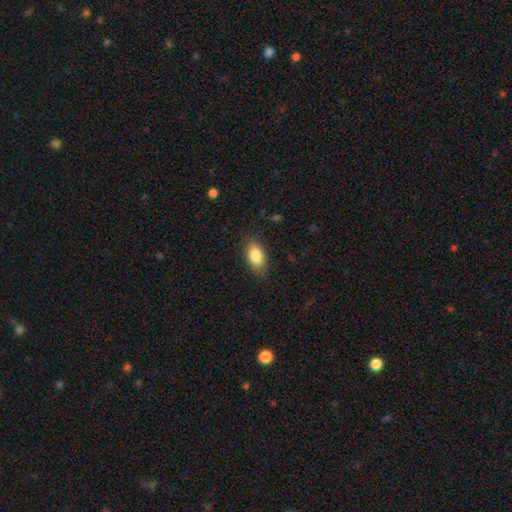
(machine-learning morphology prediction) Smooth or featured?
  - smooth: 83% *
  - featured or disk: 10%
  - star or artifact: 8%
How rounded?
  - in between: 89% *
  - round: 7%
  - cigar-shaped: 4%
Merging?
  - none: 85% *
  - minor disturbance: 12%
  - major disturbance: 3%
  - merger: 1%